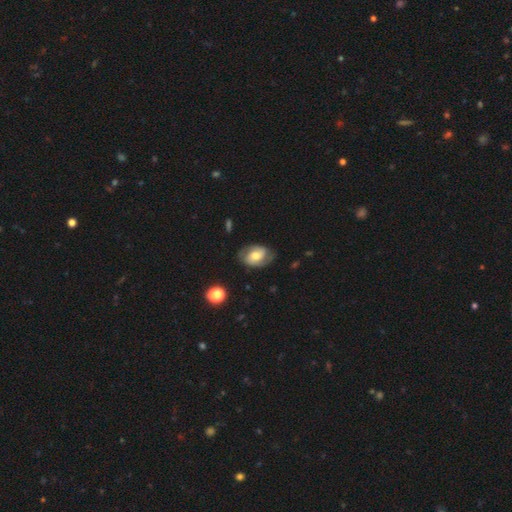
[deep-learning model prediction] smooth-or-featured: featured or disk: 60% | smooth: 32% | star or artifact: 7%
  disk-edge-on: no: 96% | yes: 4%
    bar: no: 52% | weak: 36% | strong: 12%
    has-spiral-arms: yes: 84% | no: 16%
    bulge-size: moderate: 63% | small: 20% | large: 13% | none: 2% | dominant: 2%
  merging: none: 73% | minor disturbance: 19% | major disturbance: 7% | merger: 1%